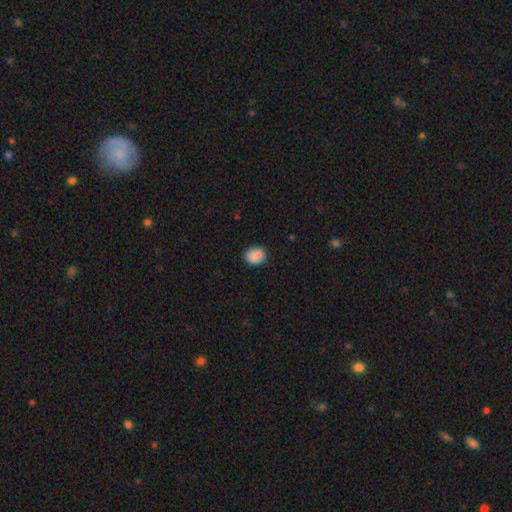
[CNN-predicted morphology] This is clearly a smooth galaxy (86%). How rounded: possibly round (58%). Merging: likely none (80%).